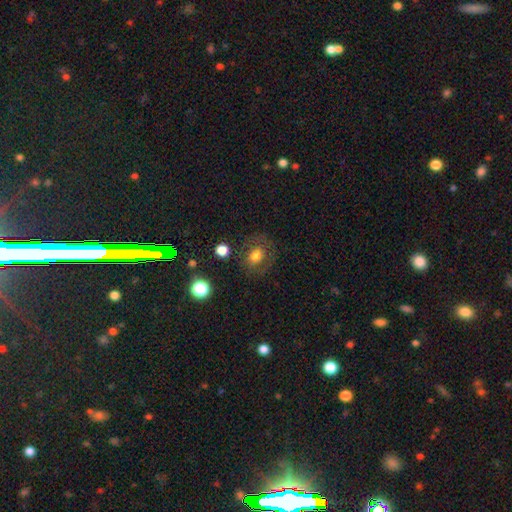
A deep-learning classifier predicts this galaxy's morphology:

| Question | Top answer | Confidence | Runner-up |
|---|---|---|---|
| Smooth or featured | smooth | 69% | featured or disk (20%) |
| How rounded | round | 56% | in between (43%) |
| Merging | none | 74% | minor disturbance (15%) |